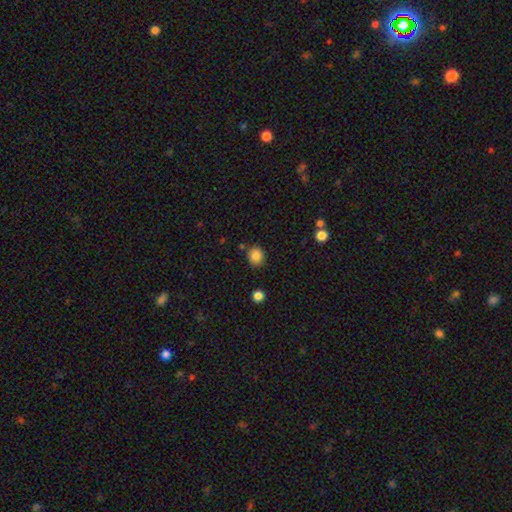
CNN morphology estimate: smooth-or-featured: smooth: 85% | star or artifact: 11% | featured or disk: 4%
  how-rounded: round: 74% | in between: 25% | cigar-shaped: 1%
  merging: none: 83% | minor disturbance: 10% | merger: 4% | major disturbance: 3%